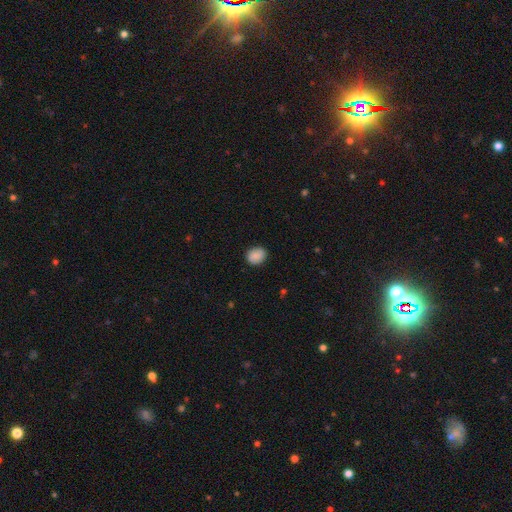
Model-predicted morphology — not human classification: Smooth or featured? Predicted: smooth (p=0.88). How rounded? Predicted: round (p=0.57). Merging? Predicted: none (p=0.85).